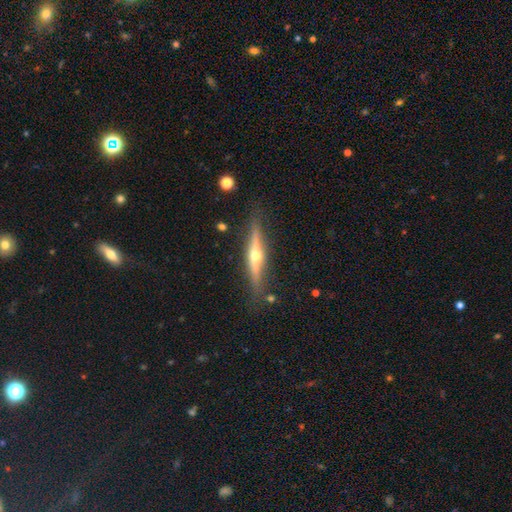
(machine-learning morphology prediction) type=featured or disk (73%); edge-on=yes (97%); edge-on bulge=rounded (93%); merging=none (85%).